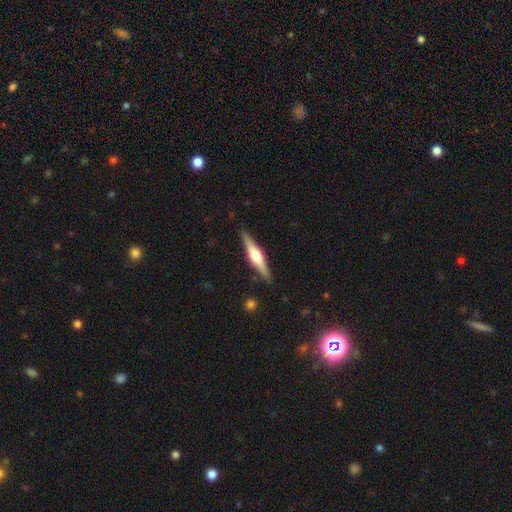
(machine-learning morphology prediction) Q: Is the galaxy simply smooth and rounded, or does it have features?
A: featured or disk — 68%.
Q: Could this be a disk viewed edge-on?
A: yes — 97%.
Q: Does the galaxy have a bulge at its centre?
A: rounded — 85%.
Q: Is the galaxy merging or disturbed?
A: none — 88%.